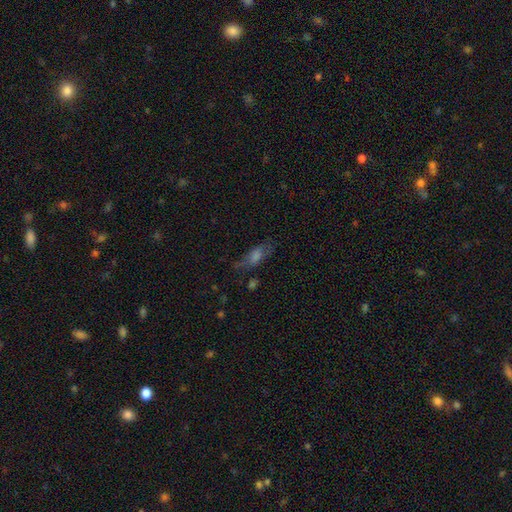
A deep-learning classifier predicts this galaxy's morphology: A smooth galaxy with no disk features (46%).

Vote fractions:
- Smooth or featured? smooth: 46% / featured or disk: 33% / star or artifact: 21%
- Merging? none: 62% / minor disturbance: 21% / major disturbance: 14% / merger: 4%